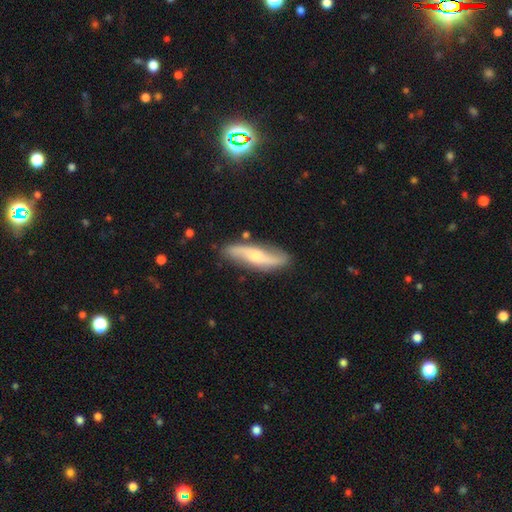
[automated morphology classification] Smooth or featured? Predicted: featured or disk (p=0.71). Edge-on disk? Predicted: no (p=0.69). Merging? Predicted: none (p=0.82).